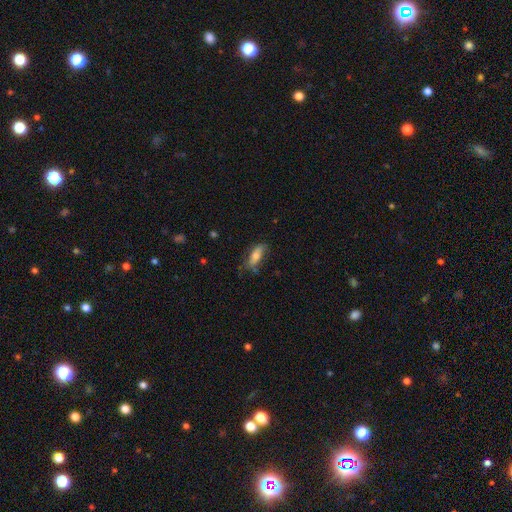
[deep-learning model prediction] Overall: smooth (70%). How rounded: in between (68%; cigar-shaped 30%). Merging: none (67%).